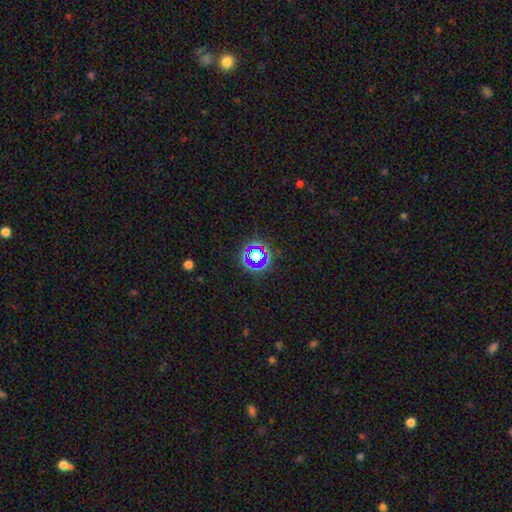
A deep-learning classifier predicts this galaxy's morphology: This is possibly a star or artifact rather than a galaxy (58%).